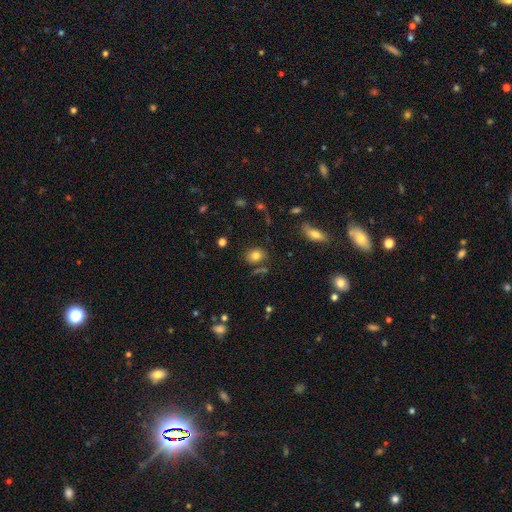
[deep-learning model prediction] Smooth or featured? Predicted: smooth (p=0.79). How rounded? Predicted: round (p=0.55). Merging? Predicted: none (p=0.79).